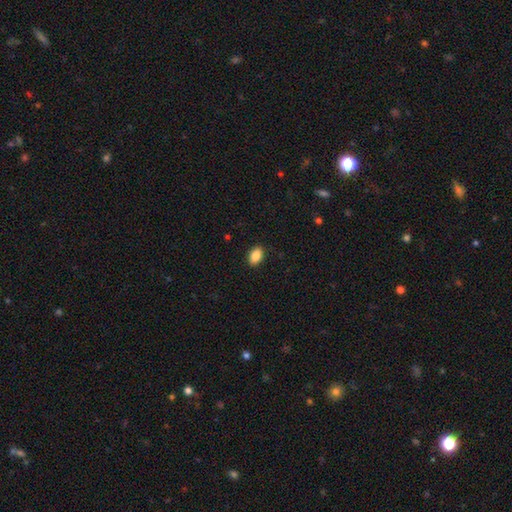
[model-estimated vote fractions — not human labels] This appears to be a smooth galaxy with no disk features (88%) that is in between round and cigar-shaped (88%). Merging: none (90%).